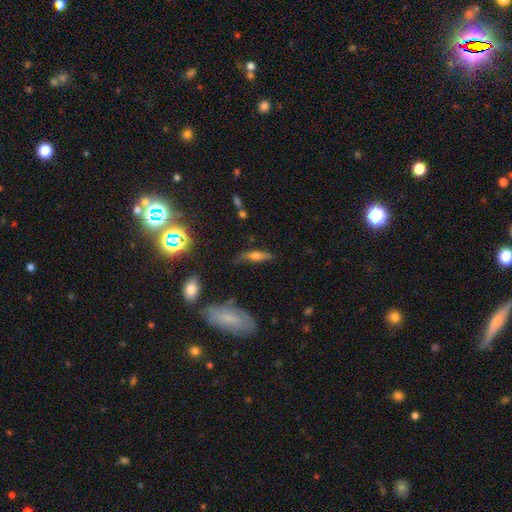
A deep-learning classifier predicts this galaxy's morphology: smooth_or_featured: smooth (p=0.46) [alt: featured or disk p=0.43]
merging: none (p=0.68) [alt: minor disturbance p=0.21]